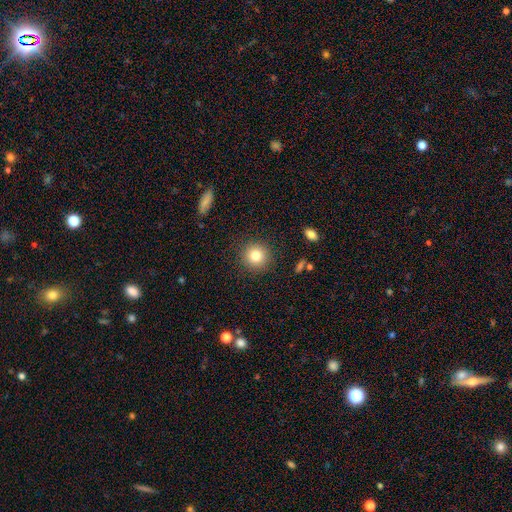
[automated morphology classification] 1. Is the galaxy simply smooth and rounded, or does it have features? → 82% smooth, 11% star or artifact, 7% featured or disk.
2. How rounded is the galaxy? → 92% round, 7% in between, 1% cigar-shaped.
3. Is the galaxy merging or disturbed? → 89% none, 7% minor disturbance, 2% major disturbance, 1% merger.